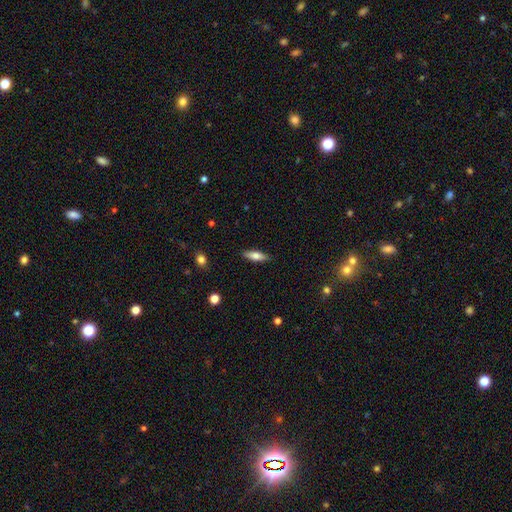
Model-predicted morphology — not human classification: Smooth or featured? Predicted: smooth (p=0.66). How rounded? Predicted: cigar-shaped (p=0.53). Merging? Predicted: none (p=0.88).